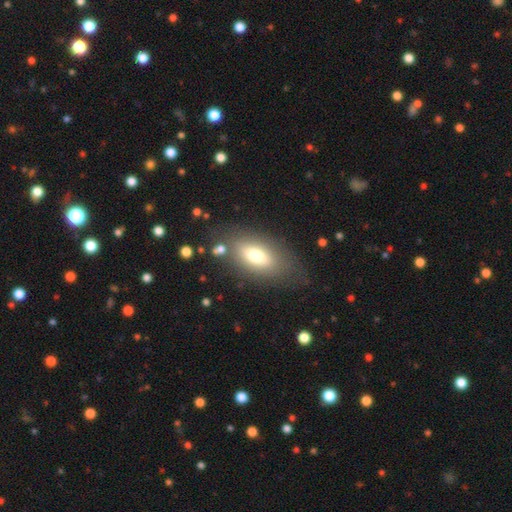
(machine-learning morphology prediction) Overall: smooth (71%). How rounded: in between (86%). Merging: none (71%).